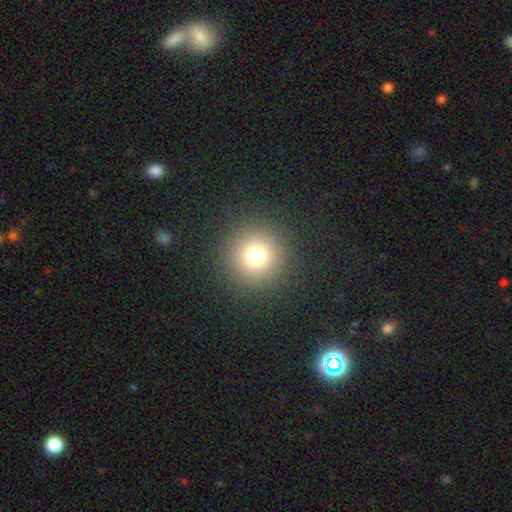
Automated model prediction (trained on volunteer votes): Q: Smooth or featured?
A: smooth (73%); runner-up: star or artifact (18%)
Q: How rounded?
A: round (96%); runner-up: in between (3%)
Q: Merging?
A: none (90%); runner-up: minor disturbance (5%)